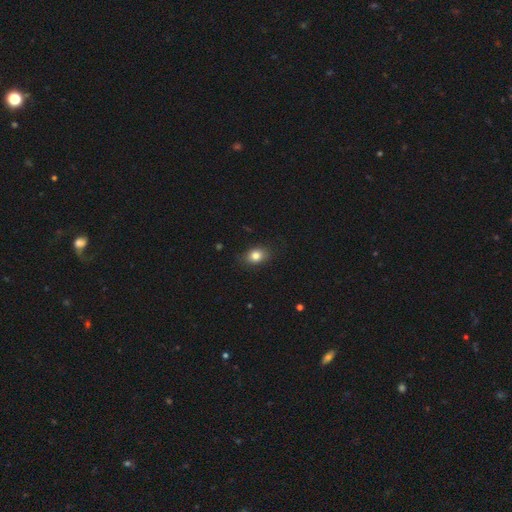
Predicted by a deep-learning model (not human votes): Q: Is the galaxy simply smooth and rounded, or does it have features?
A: smooth — 81%.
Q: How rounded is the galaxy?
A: in between — 68%.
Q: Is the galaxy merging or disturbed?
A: none — 84%.